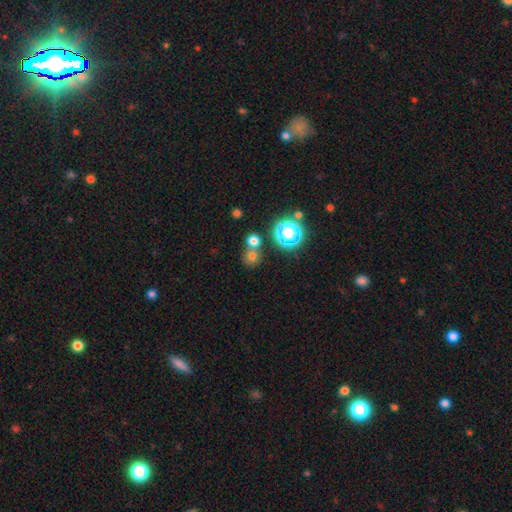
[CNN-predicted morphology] type=star or artifact (60%).